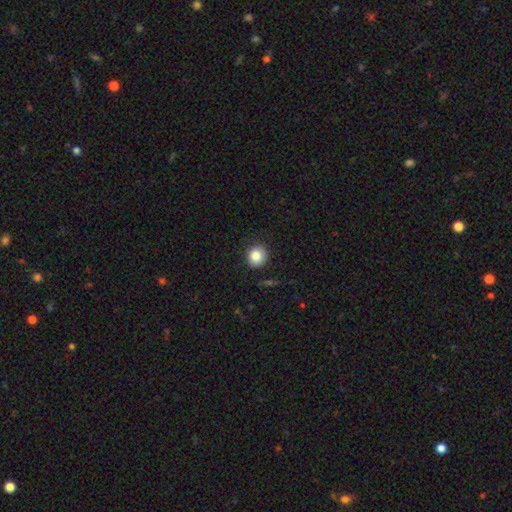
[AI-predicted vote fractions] Morphology: type=smooth (86%); roundness=round (86%); merging=none (84%).